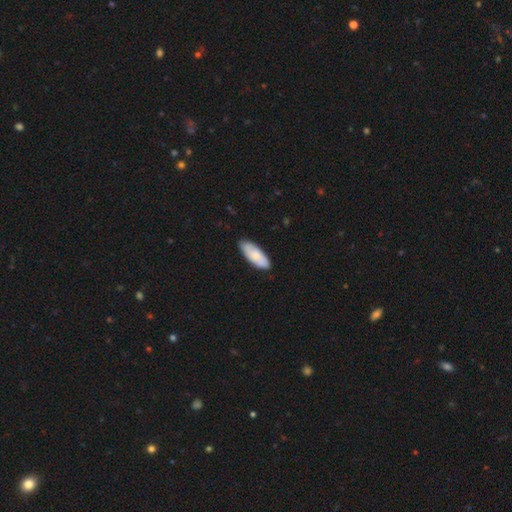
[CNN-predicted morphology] type=smooth (78%); roundness=in between (76%); merging=none (84%).